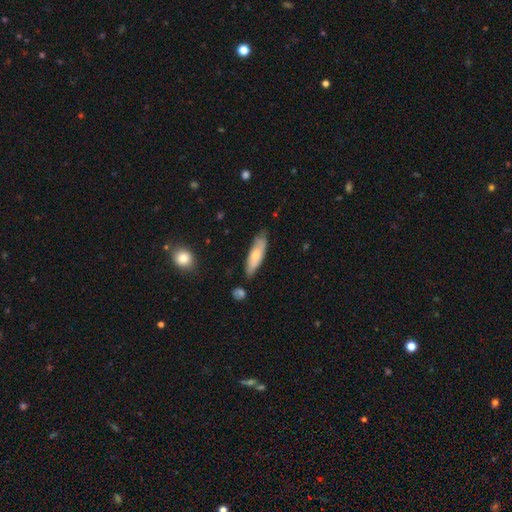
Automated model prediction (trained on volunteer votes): Smooth or featured: smooth — 65% (featured or disk — 29%)
How rounded: cigar-shaped — 55% (in between — 43%)
Merging: none — 76% (minor disturbance — 18%)